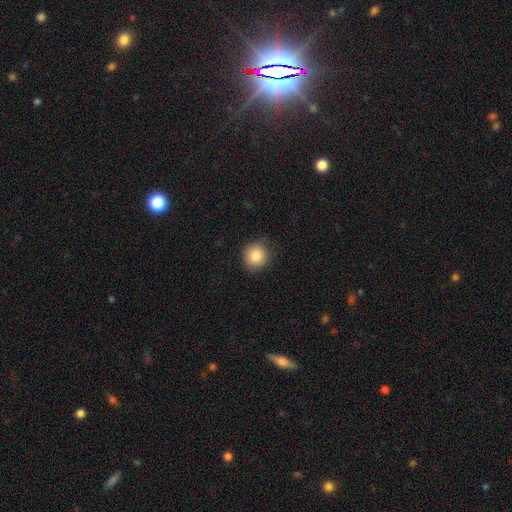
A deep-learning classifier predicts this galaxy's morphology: smooth_or_featured: smooth (p=0.82) [alt: star or artifact p=0.10]
how_rounded: round (p=0.93) [alt: in between p=0.06]
merging: none (p=0.84) [alt: minor disturbance p=0.13]